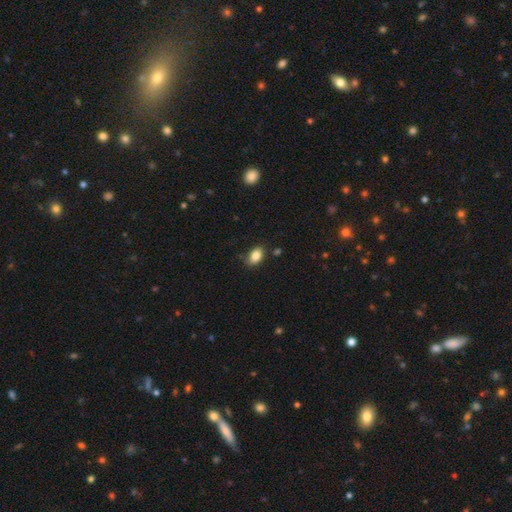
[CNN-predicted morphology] smooth-or-featured: smooth: 85% | star or artifact: 8% | featured or disk: 6%
  how-rounded: in between: 87% | round: 11% | cigar-shaped: 2%
  merging: none: 81% | minor disturbance: 14% | major disturbance: 3% | merger: 2%